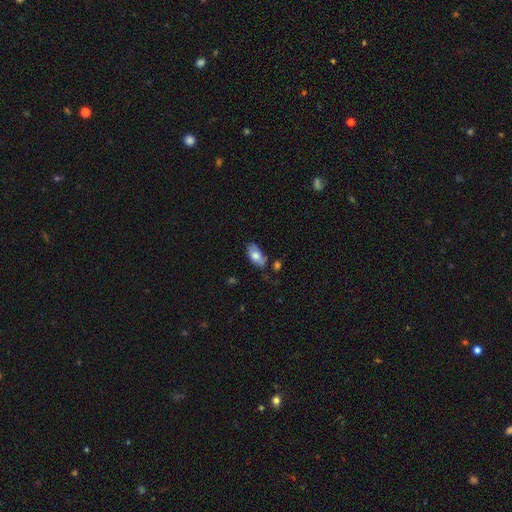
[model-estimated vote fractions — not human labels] Smooth or featured? smooth (73%)
How rounded? in between (92%)
Merging? none (60%)